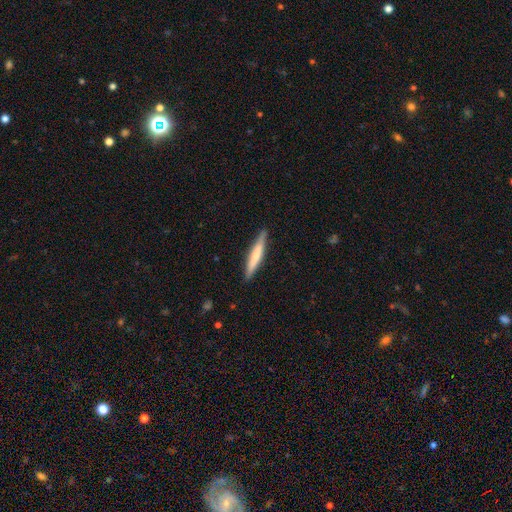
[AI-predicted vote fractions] Overall: smooth (61%; featured or disk 34%). How rounded: cigar-shaped (93%). Merging: none (88%).